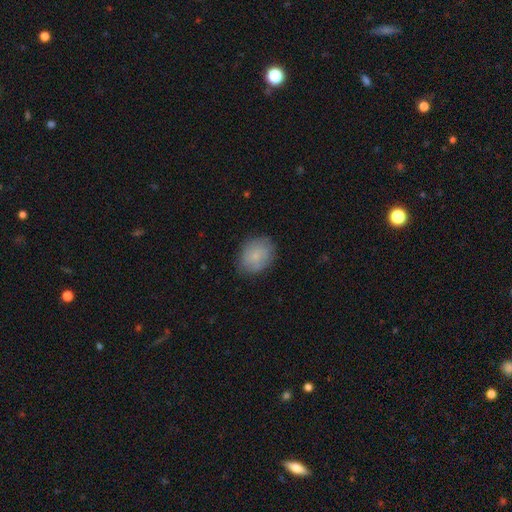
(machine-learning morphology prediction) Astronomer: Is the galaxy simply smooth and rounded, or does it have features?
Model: smooth — 78%.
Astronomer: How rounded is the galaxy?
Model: round — 51% (runner-up: in between, 48%).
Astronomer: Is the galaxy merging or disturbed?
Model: none — 81%.